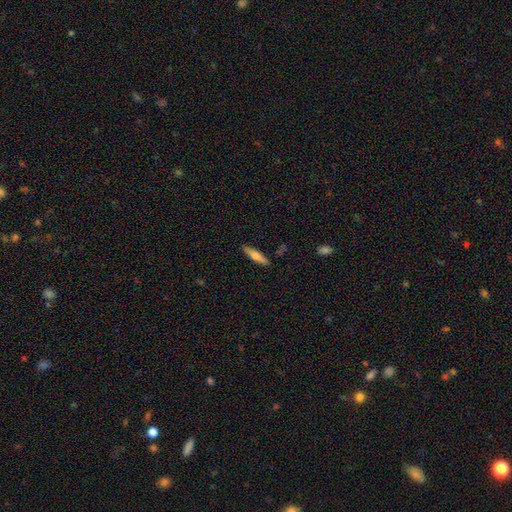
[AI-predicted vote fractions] Overall: smooth (59%; featured or disk 34%). How rounded: cigar-shaped (79%). Merging: none (86%).